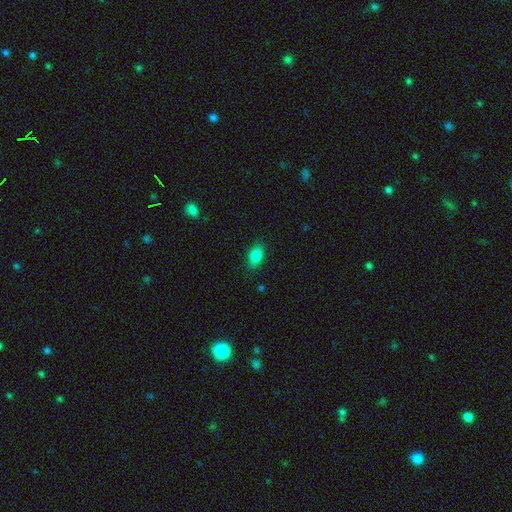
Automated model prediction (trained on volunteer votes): Smooth or featured: smooth — 85% (star or artifact — 9%)
How rounded: in between — 88% (round — 10%)
Merging: none — 86% (minor disturbance — 11%)